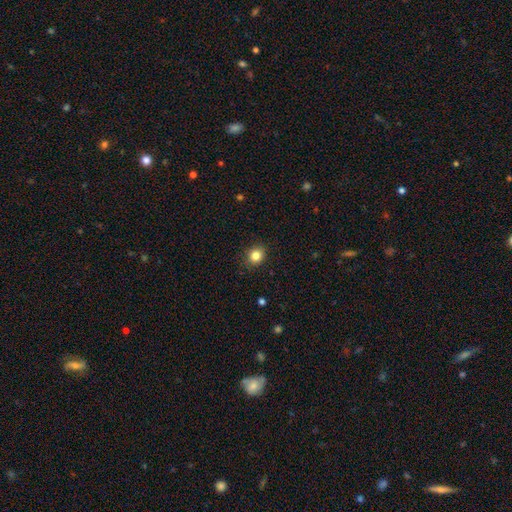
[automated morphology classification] This is clearly a smooth galaxy (83%). How rounded: likely round (73%). Merging: clearly none (88%).